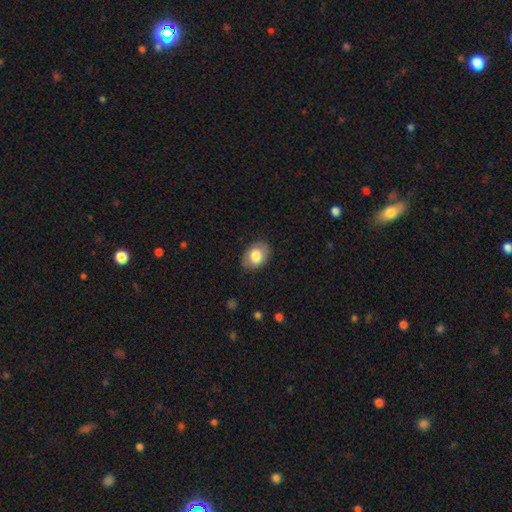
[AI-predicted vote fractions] This appears to be a smooth galaxy with no disk features (81%) that is in between round and cigar-shaped (73%). Merging: none (83%).